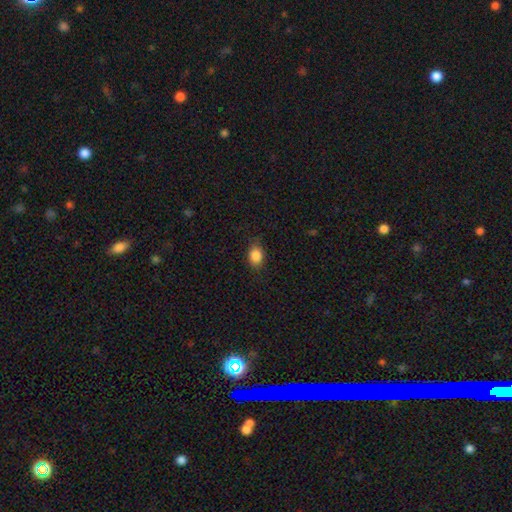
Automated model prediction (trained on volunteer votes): A smooth galaxy with no disk features (86%) that is in between round and cigar-shaped (68%).

Vote fractions:
- Smooth or featured? smooth: 86% / star or artifact: 9% / featured or disk: 5%
- How rounded? in between: 68% / round: 30% / cigar-shaped: 2%
- Merging? none: 81% / minor disturbance: 15% / major disturbance: 3% / merger: 1%